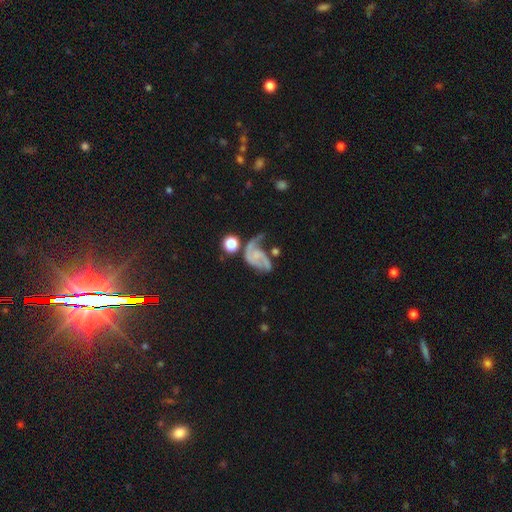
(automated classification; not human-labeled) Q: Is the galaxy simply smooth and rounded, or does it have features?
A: featured or disk — 74%.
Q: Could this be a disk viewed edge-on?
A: no — 97%.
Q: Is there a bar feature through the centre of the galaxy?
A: no — 69%.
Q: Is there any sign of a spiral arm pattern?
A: yes — 88%.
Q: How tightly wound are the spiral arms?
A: loose — 48%.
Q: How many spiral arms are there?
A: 2 — 66%.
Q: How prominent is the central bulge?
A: none — 49%.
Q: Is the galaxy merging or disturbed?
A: major disturbance — 37%.